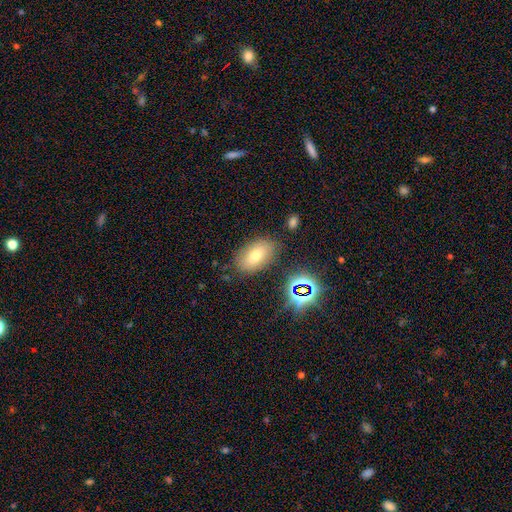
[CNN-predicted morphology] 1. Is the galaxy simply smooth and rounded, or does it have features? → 66% smooth, 18% star or artifact, 16% featured or disk.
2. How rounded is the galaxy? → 89% in between, 9% round, 2% cigar-shaped.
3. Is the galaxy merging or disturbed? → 81% none, 12% minor disturbance, 4% major disturbance, 3% merger.